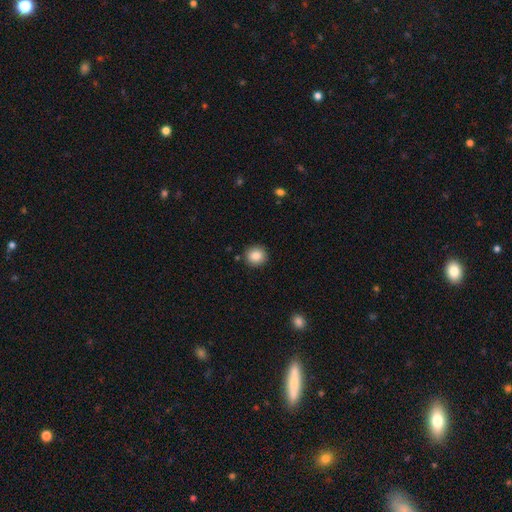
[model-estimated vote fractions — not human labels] Smooth or featured: smooth — 86% (star or artifact — 9%)
How rounded: round — 91% (in between — 9%)
Merging: none — 90% (minor disturbance — 6%)